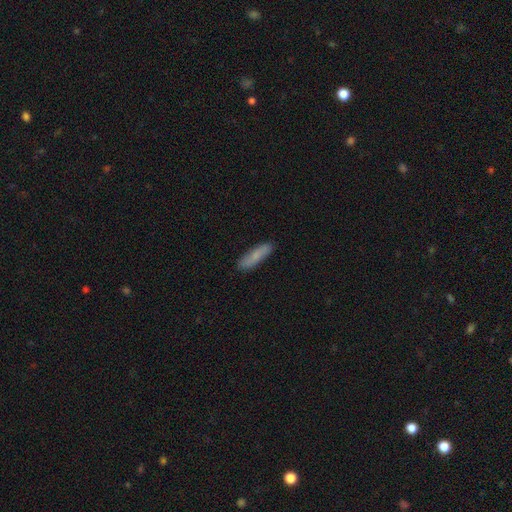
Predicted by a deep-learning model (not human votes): Smooth or featured: smooth — 75% (featured or disk — 18%)
How rounded: cigar-shaped — 68% (in between — 30%)
Merging: none — 86% (minor disturbance — 10%)